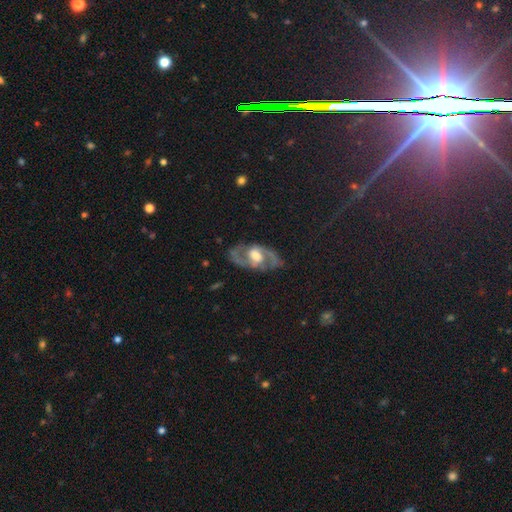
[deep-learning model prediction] A featured or disk galaxy (82%) with no bar (44%), 2 (88%) medium (54%) spiral arms (81%) and a moderate central bulge (53%). Merging: none (76%).